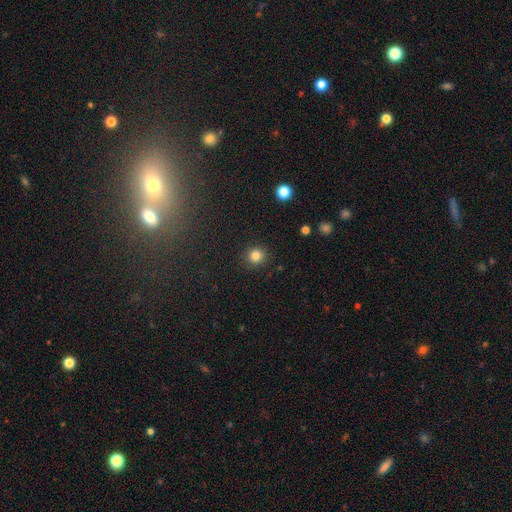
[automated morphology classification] This appears to be a smooth galaxy with no disk features (83%) that is round (91%). Merging: none (90%).